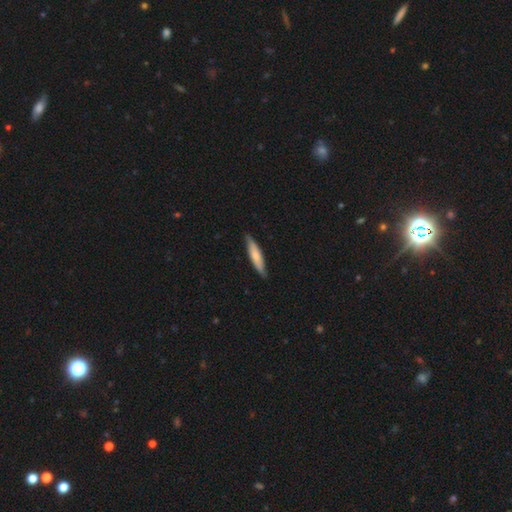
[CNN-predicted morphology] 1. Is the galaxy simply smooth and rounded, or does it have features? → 66% smooth, 29% featured or disk, 5% star or artifact.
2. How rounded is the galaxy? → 83% cigar-shaped, 15% in between, 1% round.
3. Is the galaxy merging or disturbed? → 84% none, 13% minor disturbance, 2% major disturbance, 1% merger.